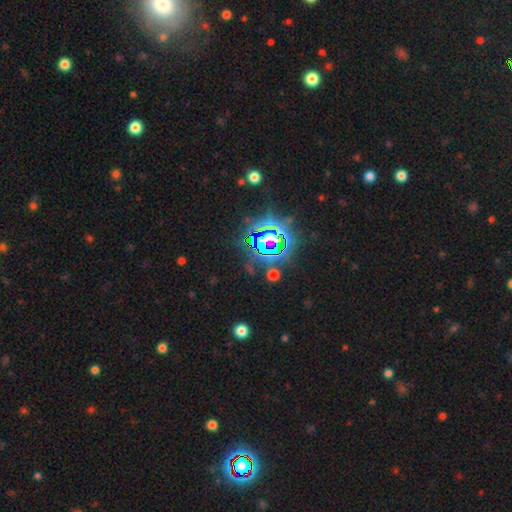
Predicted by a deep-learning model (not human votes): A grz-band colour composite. It shows a star or artifact, not a galaxy (83%).